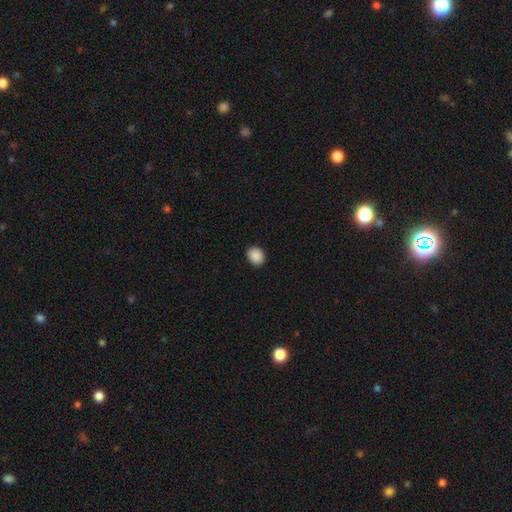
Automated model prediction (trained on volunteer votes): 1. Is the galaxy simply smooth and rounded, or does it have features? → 90% smooth, 8% star or artifact, 2% featured or disk.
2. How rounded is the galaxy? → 56% round, 44% in between, 1% cigar-shaped.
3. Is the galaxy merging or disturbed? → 91% none, 6% minor disturbance, 2% major disturbance, 1% merger.